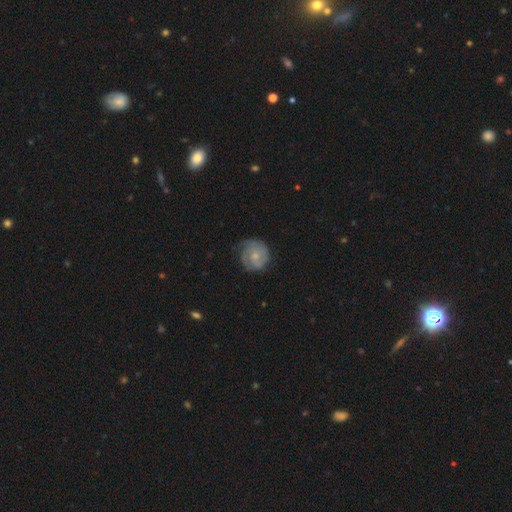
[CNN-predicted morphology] smooth_or_featured: smooth (p=0.54) [alt: featured or disk p=0.40]
how_rounded: round (p=0.89) [alt: in between p=0.10]
merging: none (p=0.59) [alt: minor disturbance p=0.29]